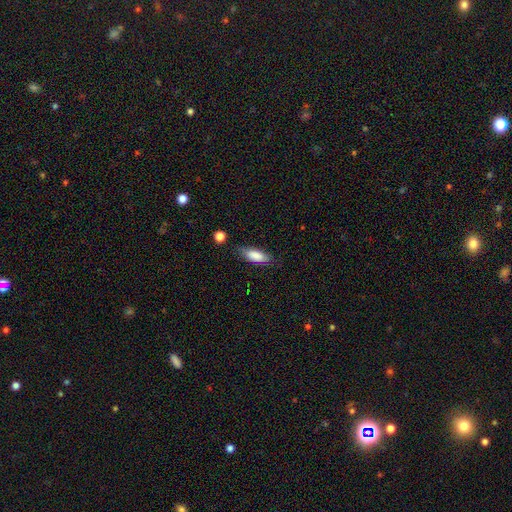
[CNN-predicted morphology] type=smooth (82%); roundness=in between (71%); merging=none (74%).